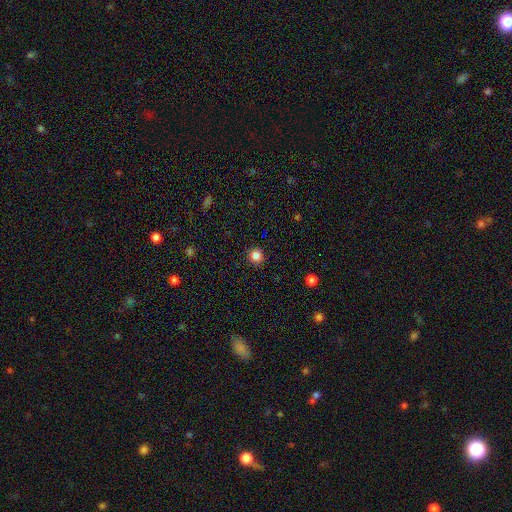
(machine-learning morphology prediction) smooth 84%, star or artifact 12%, featured or disk 4%. Down the decision tree: how rounded — round (93%); merging — none (92%).